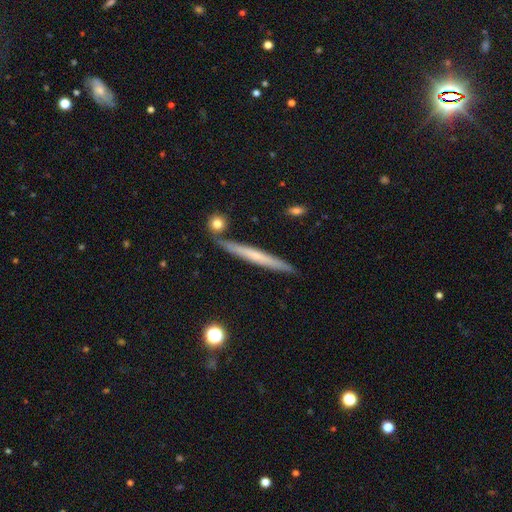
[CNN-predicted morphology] Smooth or featured?
  - featured or disk: 49% *
  - smooth: 45%
  - star or artifact: 6%
Merging?
  - none: 84% *
  - minor disturbance: 10%
  - merger: 4%
  - major disturbance: 2%